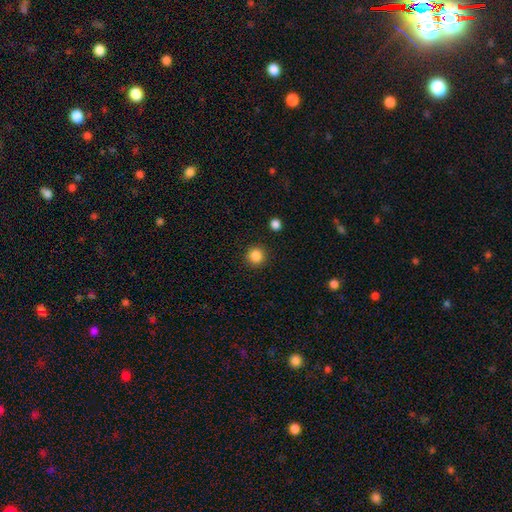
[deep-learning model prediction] Smooth or featured?
  - smooth: 85% *
  - star or artifact: 11%
  - featured or disk: 4%
How rounded?
  - round: 94% *
  - in between: 5%
  - cigar-shaped: 1%
Merging?
  - none: 91% *
  - minor disturbance: 5%
  - major disturbance: 2%
  - merger: 2%